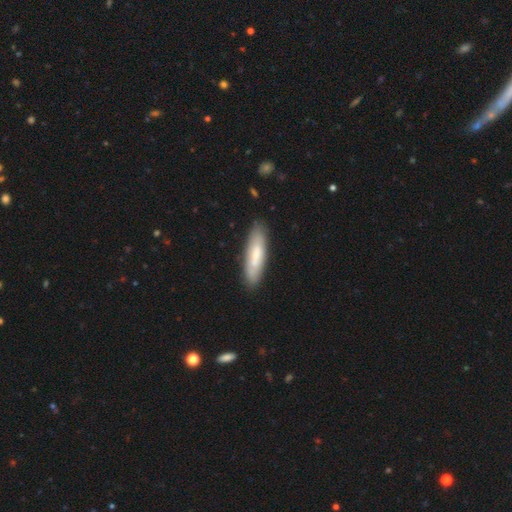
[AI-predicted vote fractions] Q: Smooth or featured?
A: smooth (63%); runner-up: featured or disk (32%)
Q: How rounded?
A: cigar-shaped (66%); runner-up: in between (33%)
Q: Merging?
A: none (82%); runner-up: minor disturbance (13%)